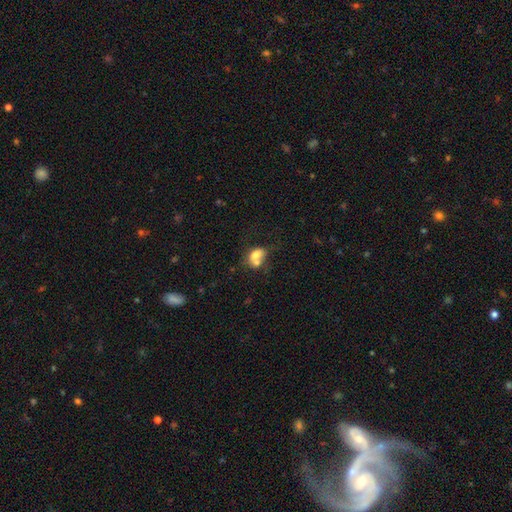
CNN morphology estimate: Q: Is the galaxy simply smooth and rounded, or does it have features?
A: smooth — 69%.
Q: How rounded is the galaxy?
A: in between — 68%.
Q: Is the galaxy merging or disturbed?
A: merger — 53%.